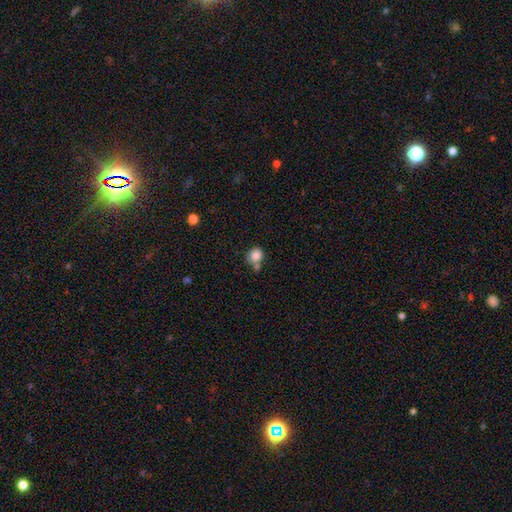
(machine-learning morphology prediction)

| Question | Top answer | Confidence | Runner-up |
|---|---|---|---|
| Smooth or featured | smooth | 83% | star or artifact (10%) |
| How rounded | round | 85% | in between (14%) |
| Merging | none | 64% | merger (21%) |